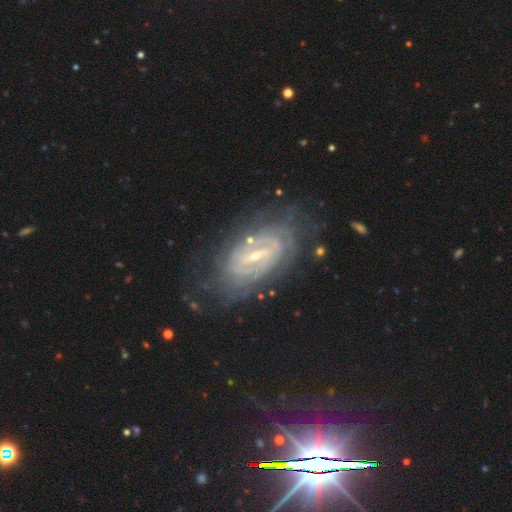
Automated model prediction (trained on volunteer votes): Q: Smooth or featured?
A: featured or disk (86%); runner-up: smooth (7%)
Q: Edge-on disk?
A: no (94%); runner-up: yes (6%)
Q: Bar?
A: strong (50%); runner-up: weak (38%)
Q: Spiral arms?
A: yes (94%); runner-up: no (6%)
Q: Spiral winding?
A: tight (70%); runner-up: medium (23%)
Q: Spiral arm count?
A: 2 (38%); runner-up: can't tell (35%)
Q: Bulge size?
A: small (63%); runner-up: moderate (26%)
Q: Merging?
A: none (71%); runner-up: minor disturbance (18%)